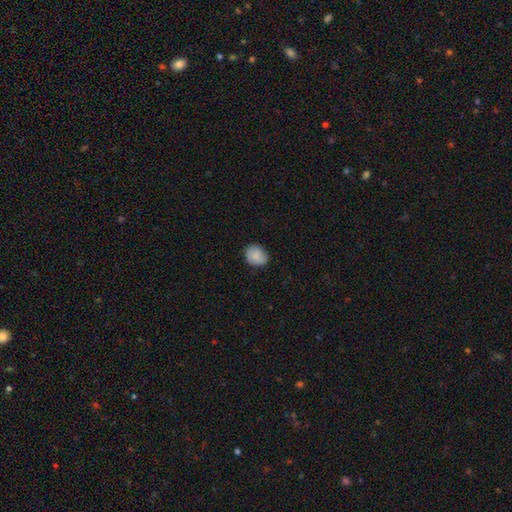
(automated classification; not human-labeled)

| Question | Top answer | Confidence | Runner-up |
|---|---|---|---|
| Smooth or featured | smooth | 84% | featured or disk (9%) |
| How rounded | round | 62% | in between (38%) |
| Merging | none | 79% | minor disturbance (17%) |